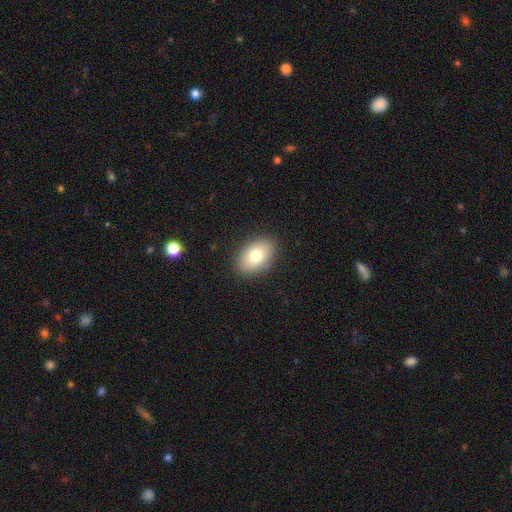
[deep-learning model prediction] Smooth or featured: smooth — 78% (featured or disk — 14%)
How rounded: in between — 87% (round — 12%)
Merging: none — 89% (minor disturbance — 8%)